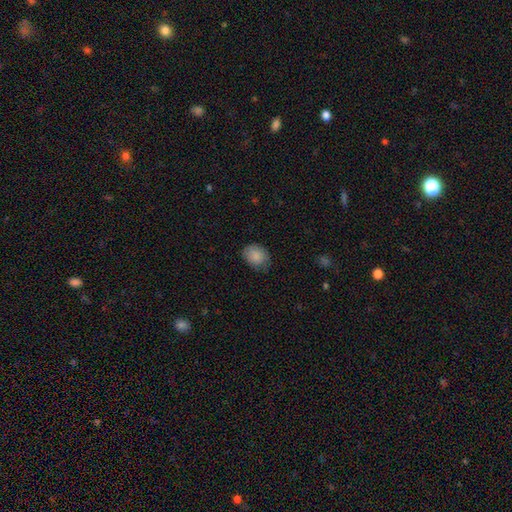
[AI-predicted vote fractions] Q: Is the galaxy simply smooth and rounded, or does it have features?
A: smooth — 86%.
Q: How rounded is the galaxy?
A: in between — 57%.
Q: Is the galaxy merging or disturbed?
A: none — 69%.